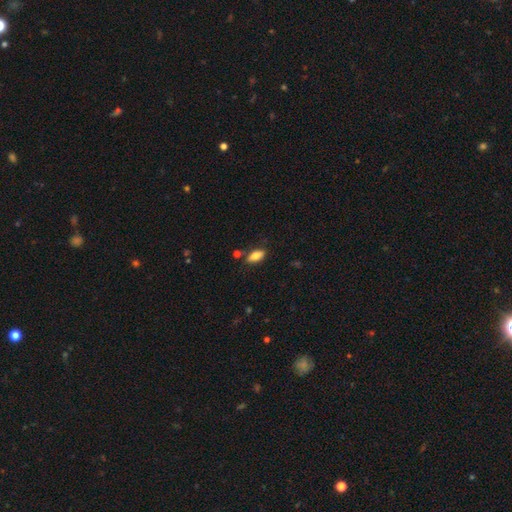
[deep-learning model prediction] Q: Smooth or featured?
A: smooth (83%); runner-up: featured or disk (9%)
Q: How rounded?
A: in between (85%); runner-up: cigar-shaped (12%)
Q: Merging?
A: none (78%); runner-up: minor disturbance (14%)